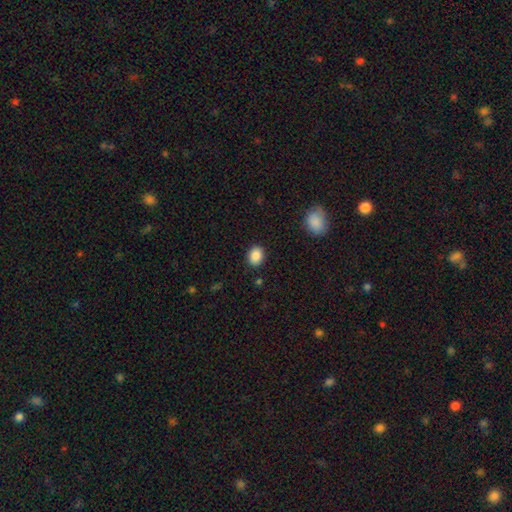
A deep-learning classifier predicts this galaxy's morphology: Smooth or featured?
  - smooth: 88% *
  - star or artifact: 8%
  - featured or disk: 3%
How rounded?
  - in between: 52% *
  - round: 47%
  - cigar-shaped: 1%
Merging?
  - none: 89% *
  - minor disturbance: 8%
  - major disturbance: 2%
  - merger: 1%